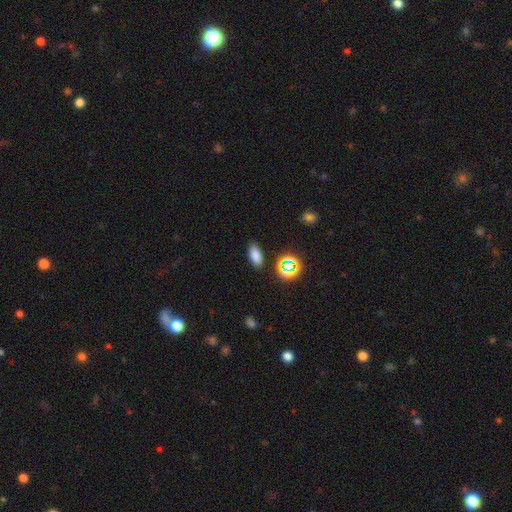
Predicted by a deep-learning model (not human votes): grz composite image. It shows a smooth galaxy with no disk features (77%) that is in between round and cigar-shaped (87%). Merging: none (86%).